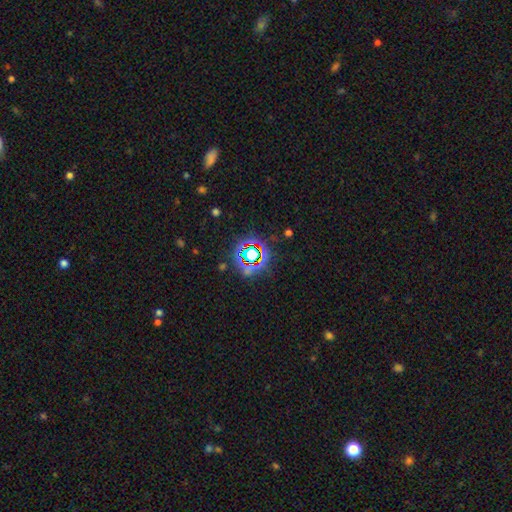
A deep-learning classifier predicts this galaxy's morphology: type=star or artifact (73%).